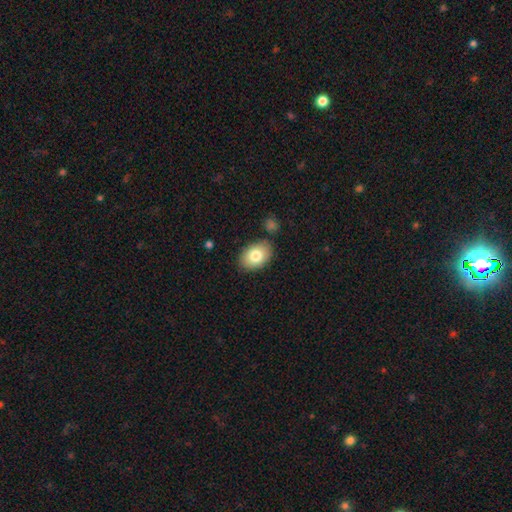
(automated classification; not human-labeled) Q: Smooth or featured?
A: smooth (81%); runner-up: featured or disk (12%)
Q: How rounded?
A: in between (83%); runner-up: round (16%)
Q: Merging?
A: none (82%); runner-up: minor disturbance (11%)